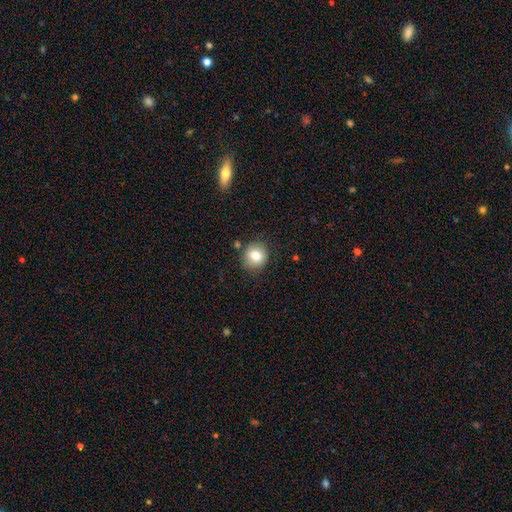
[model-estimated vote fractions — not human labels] Overall: smooth (80%). How rounded: round (86%). Merging: none (83%).